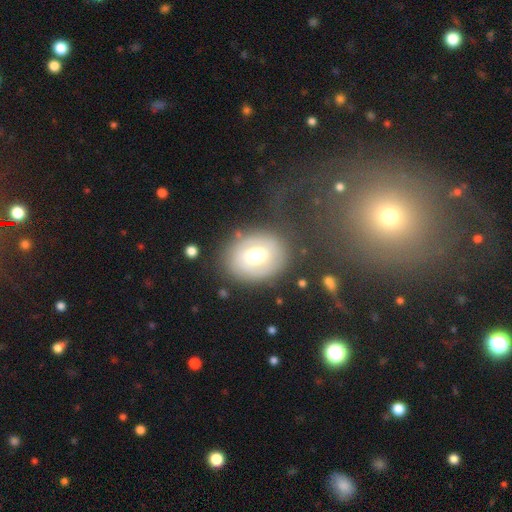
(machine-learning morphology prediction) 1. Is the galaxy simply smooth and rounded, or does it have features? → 47% featured or disk, 44% smooth, 8% star or artifact.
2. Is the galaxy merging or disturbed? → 76% none, 14% minor disturbance, 7% major disturbance, 3% merger.